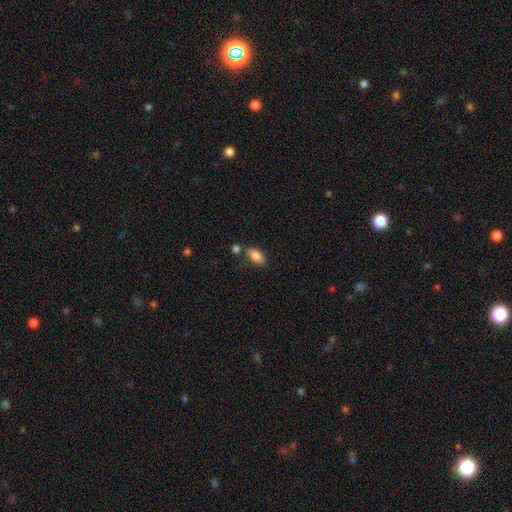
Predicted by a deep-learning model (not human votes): smooth_or_featured: smooth (p=0.84) [alt: featured or disk p=0.08]
how_rounded: in between (p=0.88) [alt: cigar-shaped p=0.09]
merging: none (p=0.70) [alt: minor disturbance p=0.14]